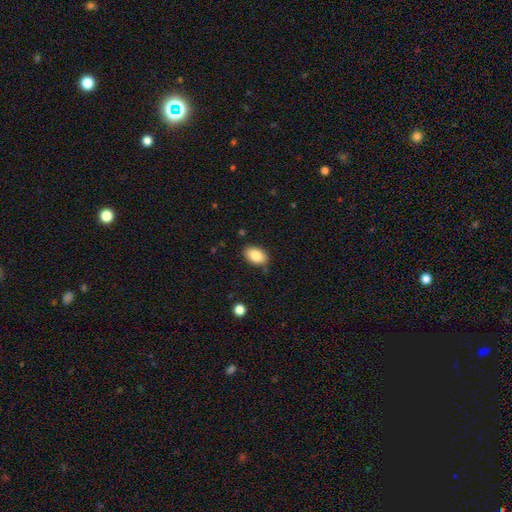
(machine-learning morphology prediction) Overall: smooth (85%). How rounded: in between (89%). Merging: none (83%).